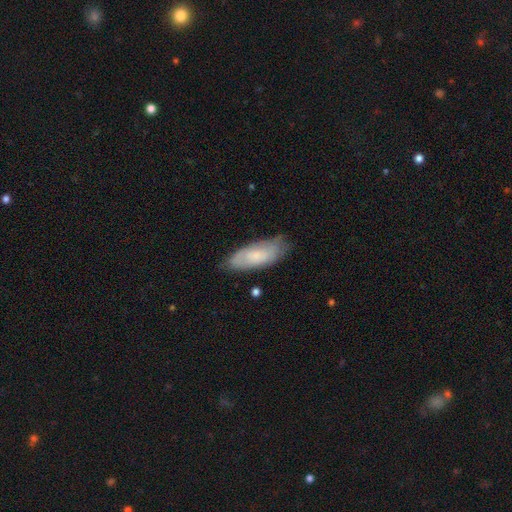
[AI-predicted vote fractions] Smooth or featured? Predicted: smooth (p=0.65). How rounded? Predicted: in between (p=0.76). Merging? Predicted: none (p=0.73).